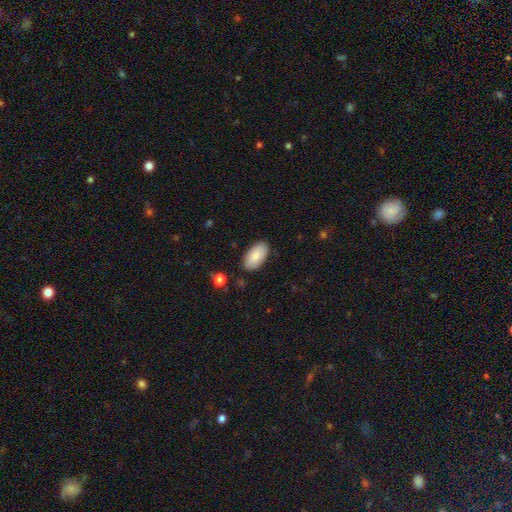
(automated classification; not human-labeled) This appears to be a smooth galaxy with no disk features (86%) that is in between round and cigar-shaped (95%). Merging: none (86%).